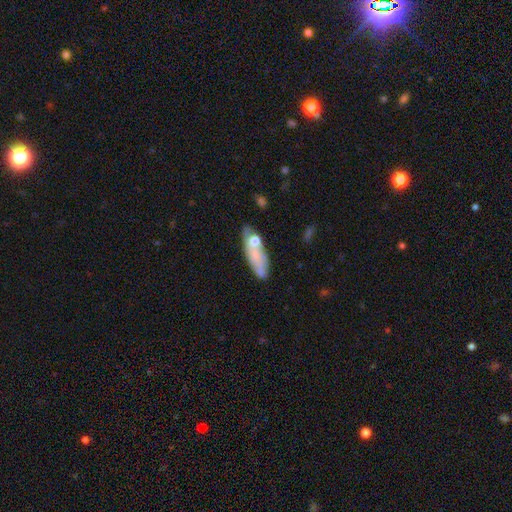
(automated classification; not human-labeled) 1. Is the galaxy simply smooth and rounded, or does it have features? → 62% smooth, 30% featured or disk, 8% star or artifact.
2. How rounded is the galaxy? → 55% in between, 42% cigar-shaped, 3% round.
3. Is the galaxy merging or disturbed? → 53% none, 25% minor disturbance, 12% merger, 9% major disturbance.